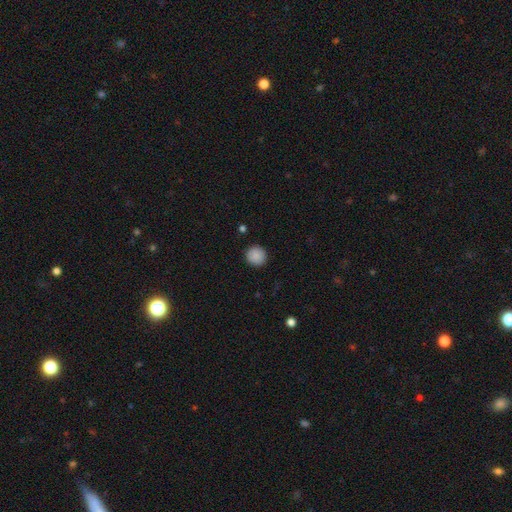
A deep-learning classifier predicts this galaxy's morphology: Smooth or featured? Predicted: smooth (p=0.89). How rounded? Predicted: round (p=0.94). Merging? Predicted: none (p=0.92).